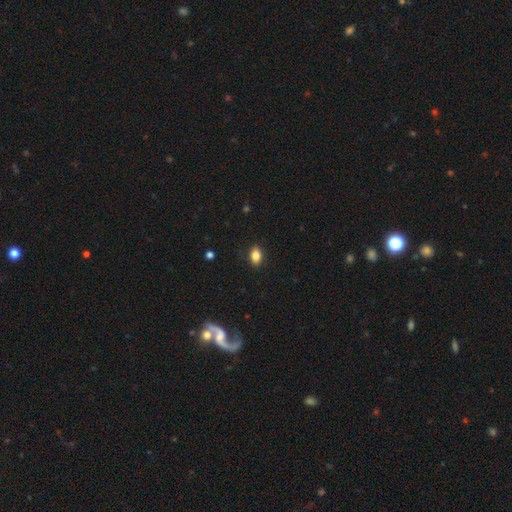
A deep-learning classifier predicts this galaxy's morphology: The model was most divided on "how rounded": in between: 86%, round: 12%, cigar-shaped: 2%. More confident: merging — none (88%); smooth or featured — smooth (84%).